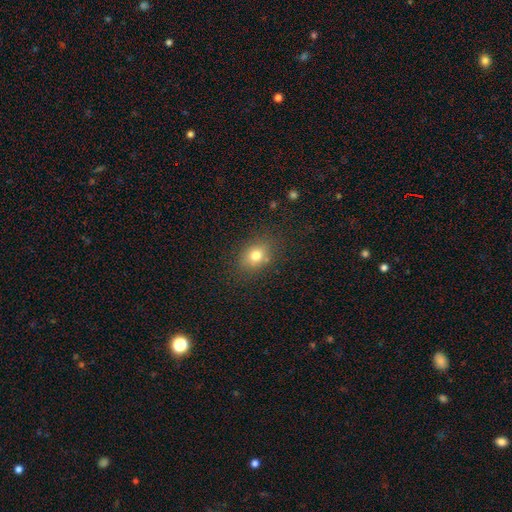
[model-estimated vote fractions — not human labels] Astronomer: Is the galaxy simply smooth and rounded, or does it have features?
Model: smooth — 76%.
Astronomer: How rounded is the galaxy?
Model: in between — 57% (runner-up: round, 42%).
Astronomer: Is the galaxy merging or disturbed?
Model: none — 80%.